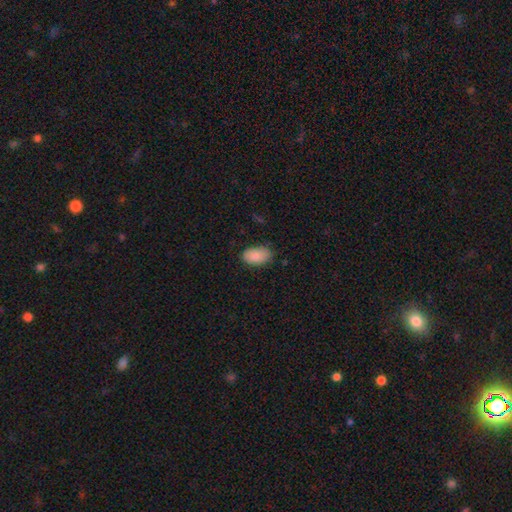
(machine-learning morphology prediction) smooth_or_featured: smooth (p=0.88) [alt: star or artifact p=0.07]
how_rounded: in between (p=0.93) [alt: round p=0.05]
merging: none (p=0.79) [alt: minor disturbance p=0.16]